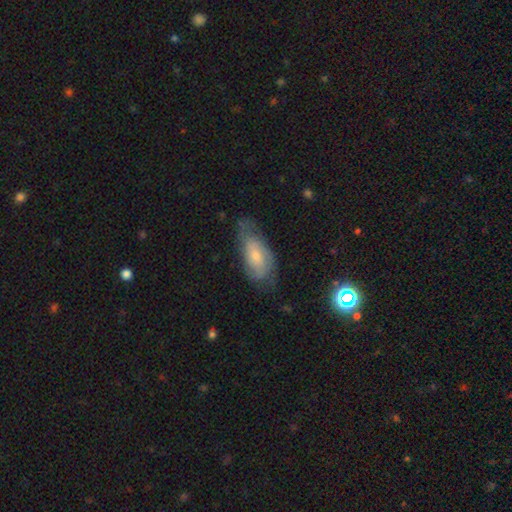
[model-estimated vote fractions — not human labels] Smooth or featured? Predicted: featured or disk (p=0.47). Merging? Predicted: none (p=0.54).